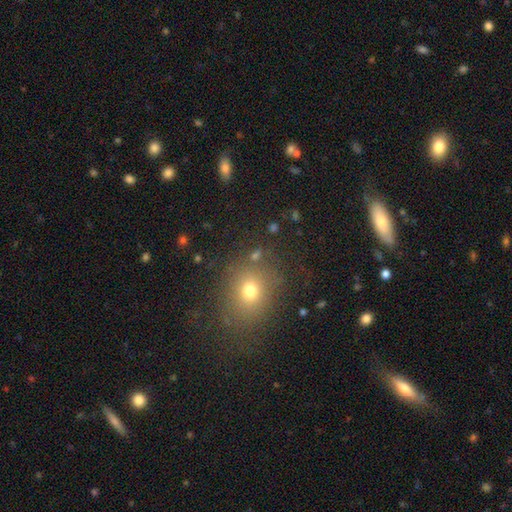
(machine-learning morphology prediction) Smooth or featured? Predicted: smooth (p=0.68). How rounded? Predicted: round (p=0.67). Merging? Predicted: none (p=0.78).